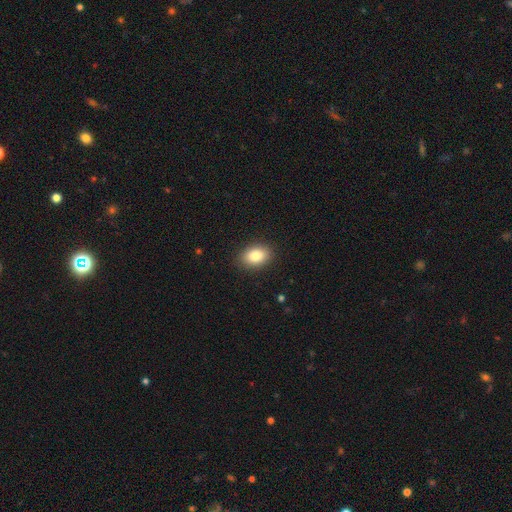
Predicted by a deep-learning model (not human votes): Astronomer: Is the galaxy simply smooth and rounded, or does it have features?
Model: smooth — 83%.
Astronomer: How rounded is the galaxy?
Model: in between — 81%.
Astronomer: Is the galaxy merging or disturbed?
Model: none — 89%.